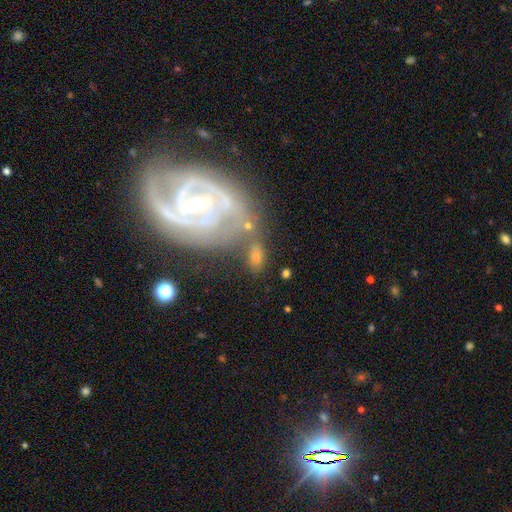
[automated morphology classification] smooth_or_featured: featured or disk (p=0.71) [alt: smooth p=0.20]
disk_edge_on: no (p=0.95) [alt: yes p=0.05]
bar: no (p=0.40) [alt: weak p=0.36]
has_spiral_arms: yes (p=0.89) [alt: no p=0.11]
spiral_winding: tight (p=0.59) [alt: medium p=0.33]
spiral_arm_count: 2 (p=0.50) [alt: 3 p=0.20]
bulge_size: small (p=0.59) [alt: moderate p=0.36]
merging: none (p=0.49) [alt: minor disturbance p=0.24]